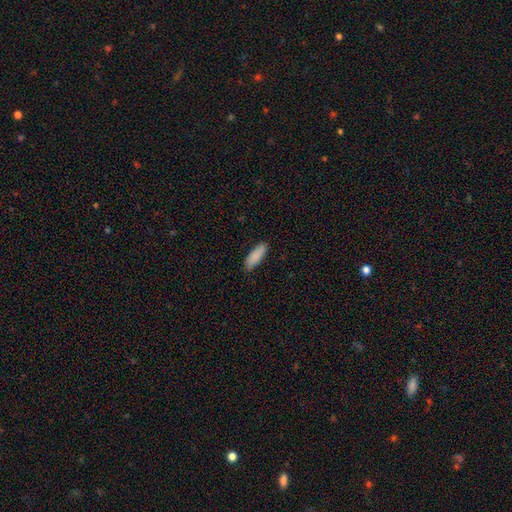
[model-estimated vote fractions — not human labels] Smooth or featured? Predicted: smooth (p=0.89). How rounded? Predicted: in between (p=0.65). Merging? Predicted: none (p=0.85).